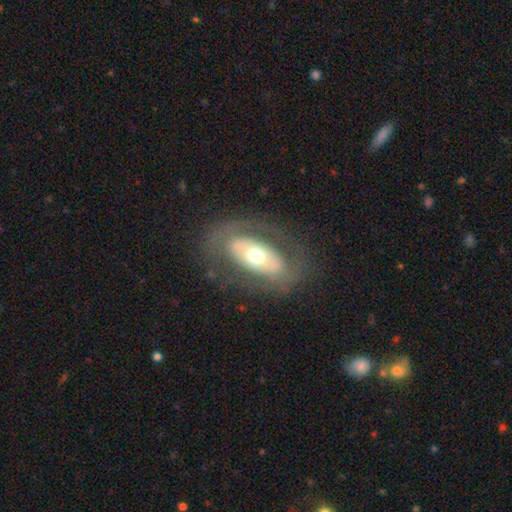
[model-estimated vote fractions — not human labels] This appears to be a featured or disk galaxy (62%) with no bar (67%), no spiral arms (74%) and a moderate central bulge (65%). Merging: none (76%).